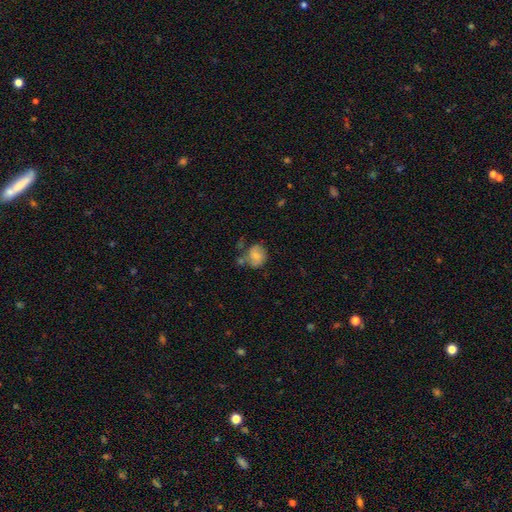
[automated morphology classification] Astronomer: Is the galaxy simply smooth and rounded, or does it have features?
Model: smooth — 69%.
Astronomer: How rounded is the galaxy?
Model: round — 65%.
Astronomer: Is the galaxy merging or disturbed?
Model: none — 48% (runner-up: minor disturbance, 24%).